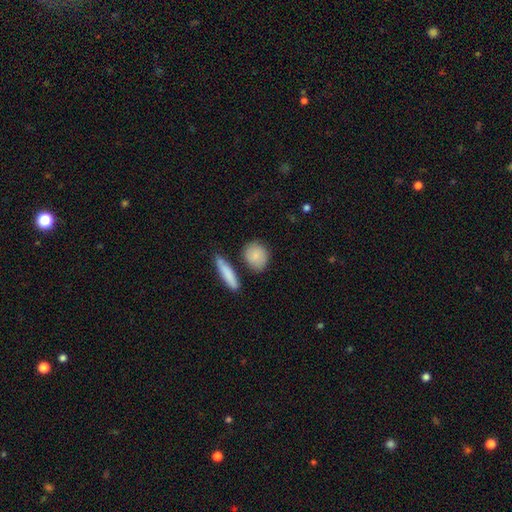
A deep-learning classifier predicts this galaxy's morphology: This appears to be a smooth galaxy with no disk features (83%) that is round (65%). Merging: none (73%).